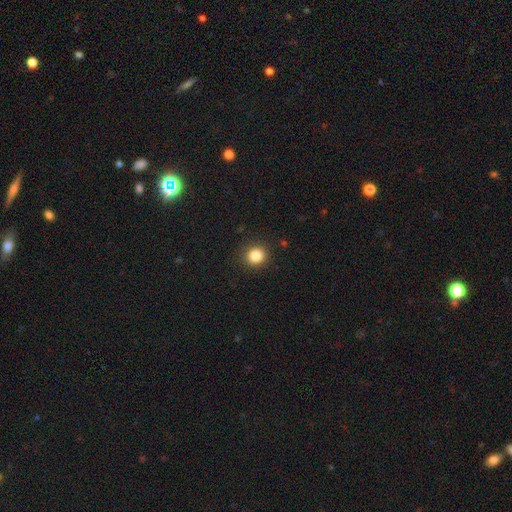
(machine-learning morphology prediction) The model was most divided on "smooth or featured": smooth: 84%, star or artifact: 11%, featured or disk: 5%. More confident: merging — none (90%); how rounded — round (87%).